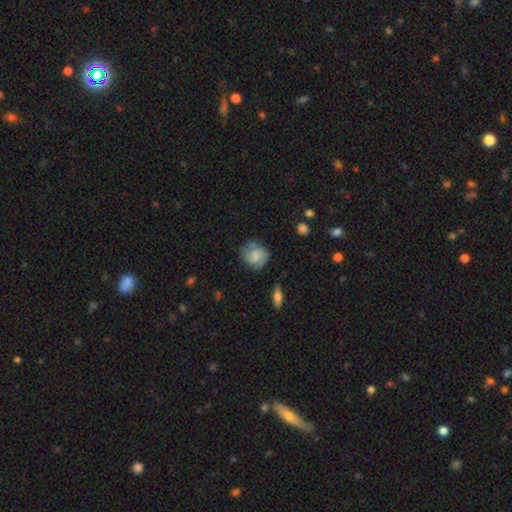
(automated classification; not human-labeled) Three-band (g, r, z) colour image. It shows a smooth galaxy with no disk features (55%) that is round (74%). Merging: none (66%).